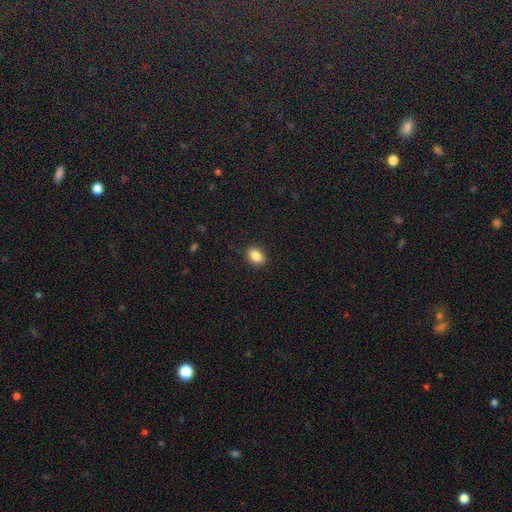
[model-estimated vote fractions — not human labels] Smooth or featured? smooth (86%)
How rounded? in between (79%)
Merging? none (88%)